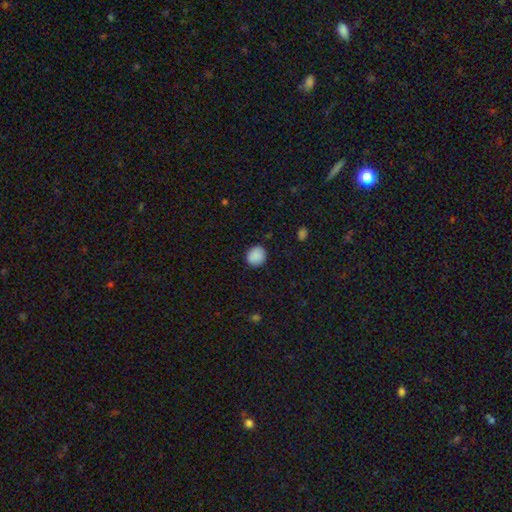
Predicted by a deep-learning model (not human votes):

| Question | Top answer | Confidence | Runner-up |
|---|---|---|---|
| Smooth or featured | smooth | 89% | star or artifact (8%) |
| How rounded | round | 84% | in between (15%) |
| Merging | none | 88% | minor disturbance (9%) |